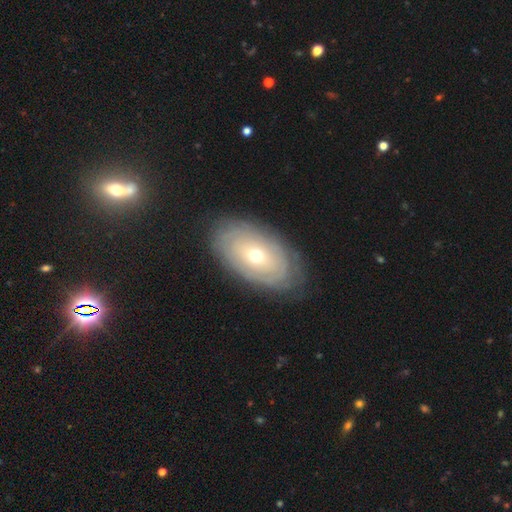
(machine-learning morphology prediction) A featured or disk galaxy (60%) with no bar (85%), spiral arms (55%) and a moderate central bulge (60%).

Vote fractions:
- Smooth or featured? featured or disk: 60% / smooth: 33% / star or artifact: 7%
- Edge-on disk? no: 91% / yes: 9%
- Bar? no: 85% / weak: 12% / strong: 4%
- Spiral arms? yes: 55% / no: 45%
- Bulge size? moderate: 60% / small: 35% / large: 3% / dominant: 1% / none: 1%
- Merging? none: 80% / minor disturbance: 14% / major disturbance: 4% / merger: 1%